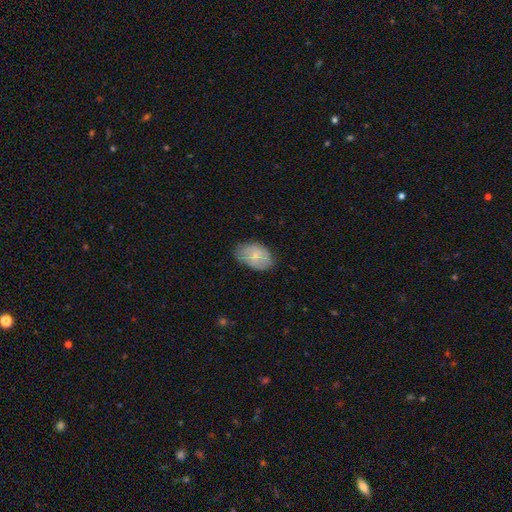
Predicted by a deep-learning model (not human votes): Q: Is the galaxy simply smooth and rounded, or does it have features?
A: smooth — 74%.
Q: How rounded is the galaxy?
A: in between — 88%.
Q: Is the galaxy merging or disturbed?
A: none — 69%.